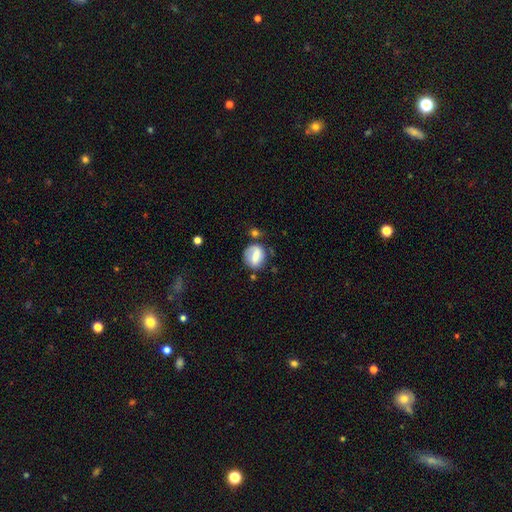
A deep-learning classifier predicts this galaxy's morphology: A smooth galaxy with no disk features (61%) that is round (50%).

Vote fractions:
- Smooth or featured? smooth: 61% / featured or disk: 30% / star or artifact: 9%
- How rounded? round: 50% / in between: 46% / cigar-shaped: 4%
- Merging? none: 58% / minor disturbance: 23% / major disturbance: 11% / merger: 8%